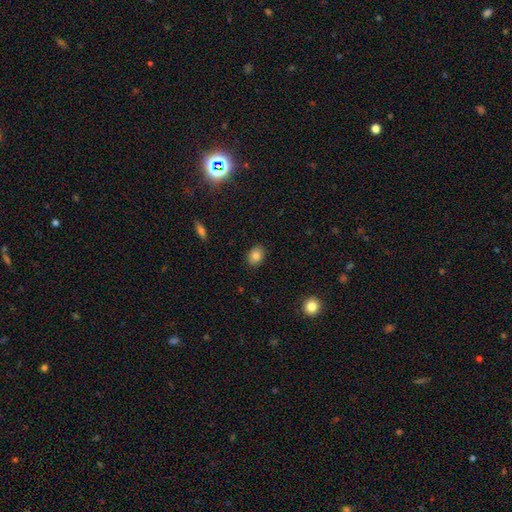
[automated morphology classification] Smooth or featured? smooth (84%)
How rounded? in between (71%)
Merging? none (88%)